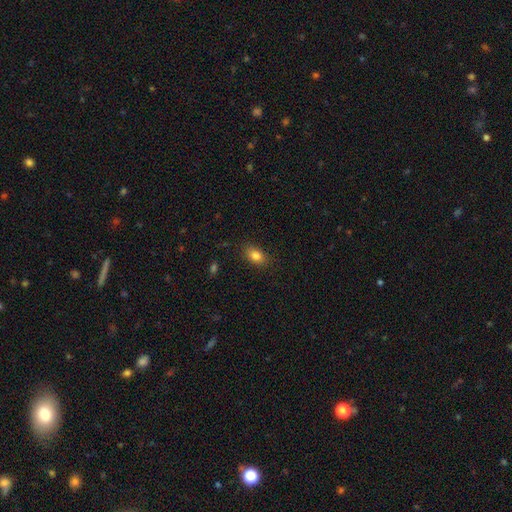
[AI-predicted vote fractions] A smooth galaxy with no disk features (83%) that is in between round and cigar-shaped (85%).

Vote fractions:
- Smooth or featured? smooth: 83% / star or artifact: 9% / featured or disk: 7%
- How rounded? in between: 85% / round: 13% / cigar-shaped: 2%
- Merging? none: 85% / minor disturbance: 11% / major disturbance: 3% / merger: 1%